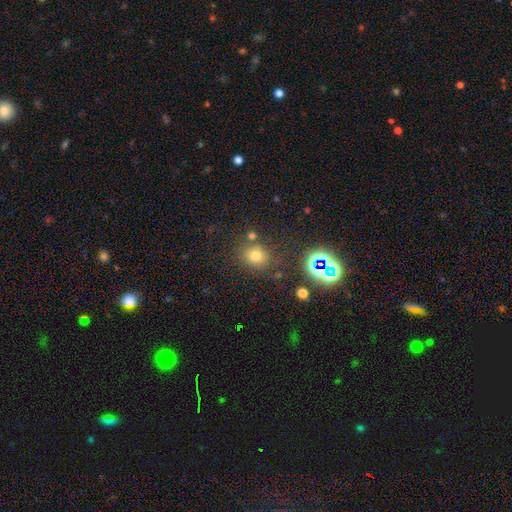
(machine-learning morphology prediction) Smooth or featured: smooth — 64% (star or artifact — 26%)
How rounded: round — 79% (in between — 19%)
Merging: none — 76% (minor disturbance — 11%)